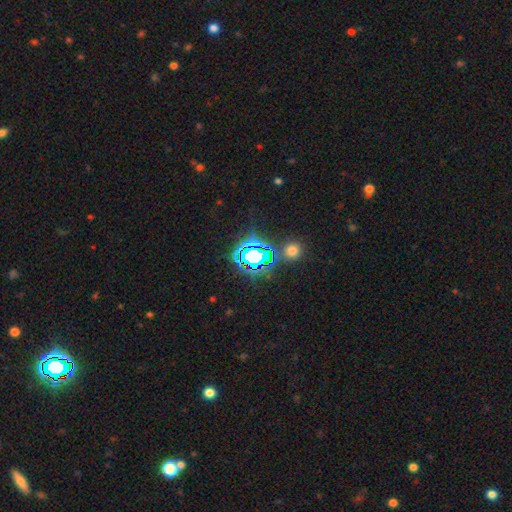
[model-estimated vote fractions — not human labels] star or artifact 69%, smooth 19%, featured or disk 12%.